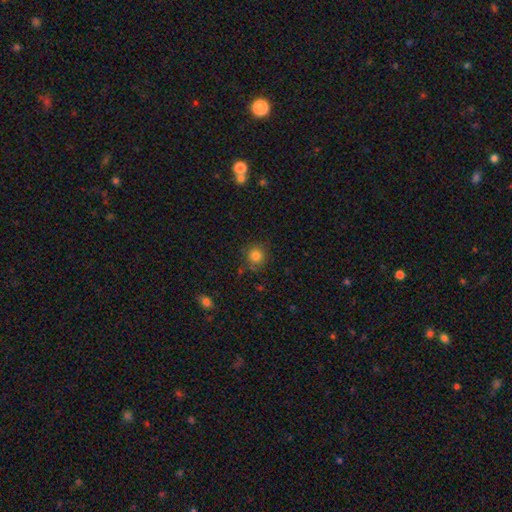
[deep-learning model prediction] Smooth or featured?
  - smooth: 83% *
  - star or artifact: 12%
  - featured or disk: 6%
How rounded?
  - round: 90% *
  - in between: 9%
  - cigar-shaped: 1%
Merging?
  - none: 80% *
  - minor disturbance: 13%
  - major disturbance: 4%
  - merger: 3%